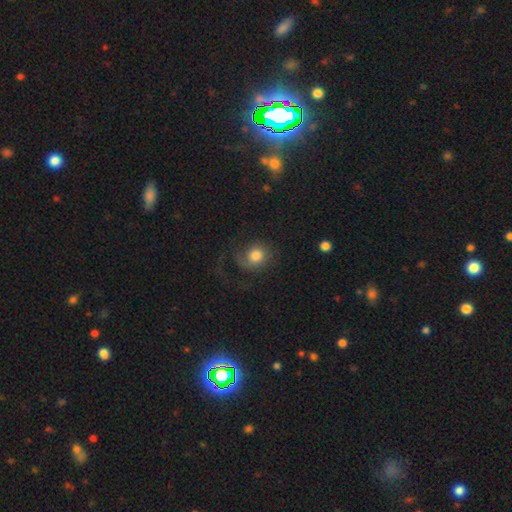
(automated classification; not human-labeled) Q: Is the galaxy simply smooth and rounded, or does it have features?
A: smooth — 64%.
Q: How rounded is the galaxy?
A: round — 74%.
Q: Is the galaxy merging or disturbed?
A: none — 48%.